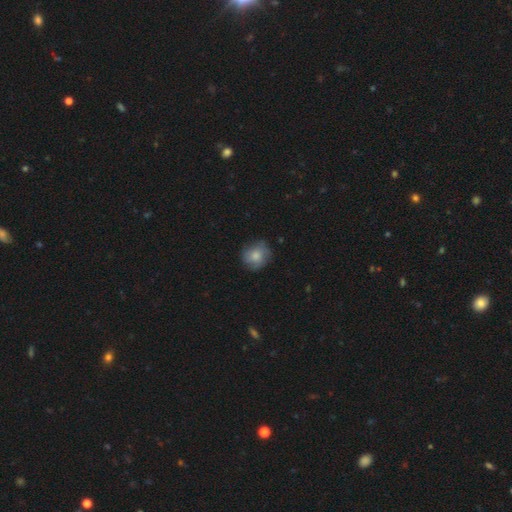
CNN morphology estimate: This is likely a smooth galaxy (72%). How rounded: likely round (80%). Merging: likely none (73%).